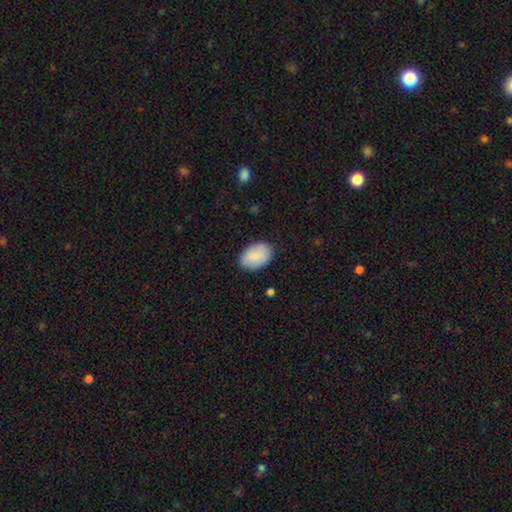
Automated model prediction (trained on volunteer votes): smooth-or-featured: smooth: 83% | featured or disk: 11% | star or artifact: 6%
  how-rounded: in between: 86% | round: 13% | cigar-shaped: 1%
  merging: none: 83% | minor disturbance: 13% | major disturbance: 3% | merger: 1%